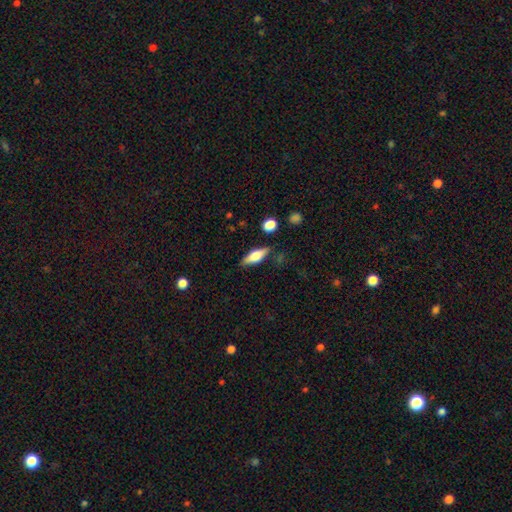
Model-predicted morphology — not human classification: Q: Smooth or featured?
A: smooth (53%); runner-up: featured or disk (39%)
Q: How rounded?
A: in between (58%); runner-up: cigar-shaped (38%)
Q: Merging?
A: none (82%); runner-up: minor disturbance (12%)